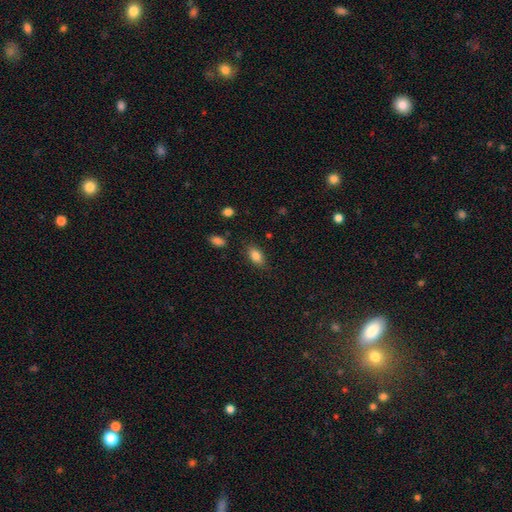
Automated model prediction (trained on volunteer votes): Morphology: type=smooth (84%); roundness=in between (89%); merging=none (82%).